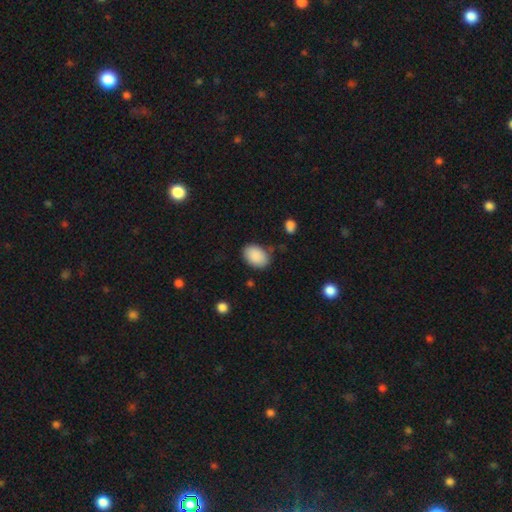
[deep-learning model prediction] Q: Smooth or featured?
A: smooth (90%); runner-up: star or artifact (7%)
Q: How rounded?
A: in between (82%); runner-up: round (17%)
Q: Merging?
A: none (79%); runner-up: minor disturbance (15%)